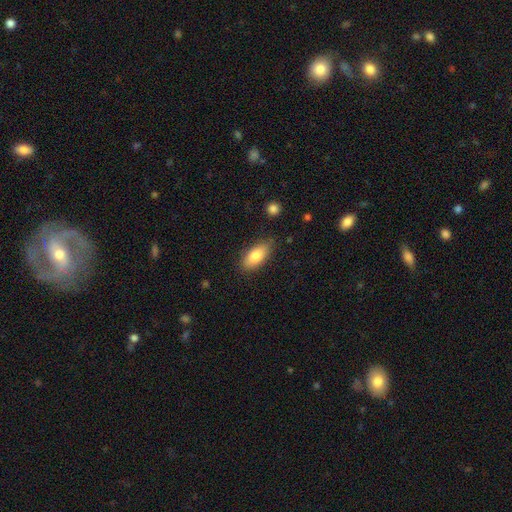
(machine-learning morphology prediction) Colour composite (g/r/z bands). It shows a smooth galaxy with no disk features (80%) that is in between round and cigar-shaped (85%). Merging: none (80%).